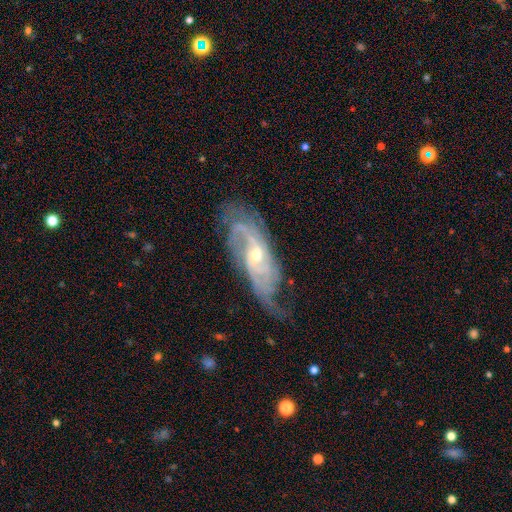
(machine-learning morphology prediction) Smooth or featured?
  - featured or disk: 87% *
  - smooth: 7%
  - star or artifact: 6%
Edge-on disk?
  - no: 90% *
  - yes: 10%
Bar?
  - no: 50% *
  - weak: 37%
  - strong: 12%
Spiral arms?
  - yes: 95% *
  - no: 5%
Spiral winding?
  - tight: 42% *
  - medium: 40%
  - loose: 18%
Spiral arm count?
  - 2: 38% *
  - can't tell: 26%
  - 3: 19%
  - 4: 7%
  - 1: 5%
  - more than 4: 5%
Bulge size?
  - small: 49% *
  - moderate: 47%
  - large: 2%
  - none: 1%
  - dominant: 1%
Merging?
  - none: 60% *
  - minor disturbance: 25%
  - major disturbance: 13%
  - merger: 2%